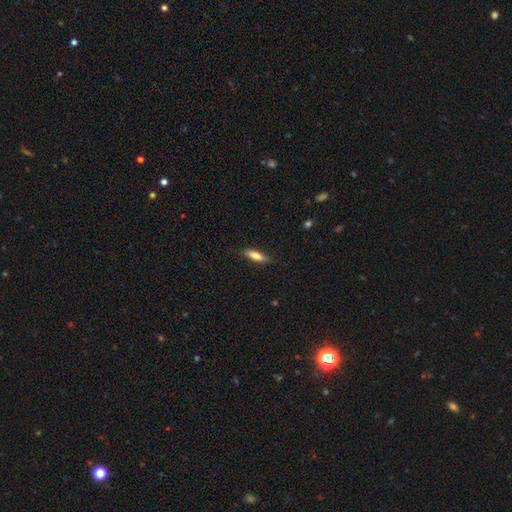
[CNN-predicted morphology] smooth-or-featured: smooth: 75% | featured or disk: 19% | star or artifact: 6%
  how-rounded: cigar-shaped: 58% | in between: 40% | round: 2%
  merging: none: 86% | minor disturbance: 11% | major disturbance: 2% | merger: 1%